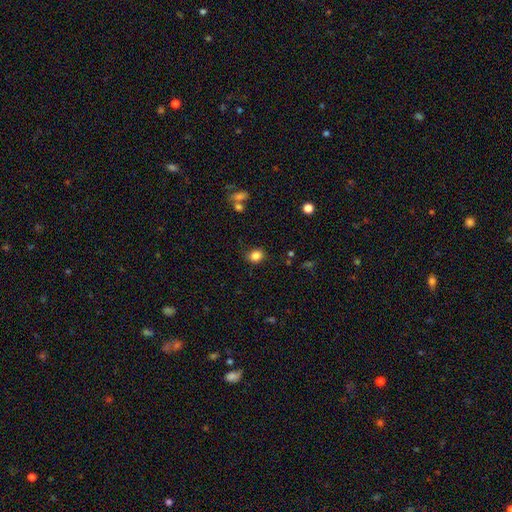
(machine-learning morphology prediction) Smooth or featured? Predicted: smooth (p=0.84). How rounded? Predicted: round (p=0.66). Merging? Predicted: none (p=0.80).